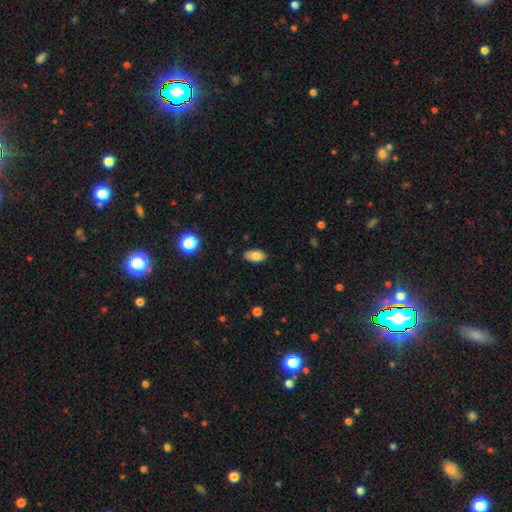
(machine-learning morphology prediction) Smooth or featured? smooth (78%)
How rounded? in between (93%)
Merging? none (84%)